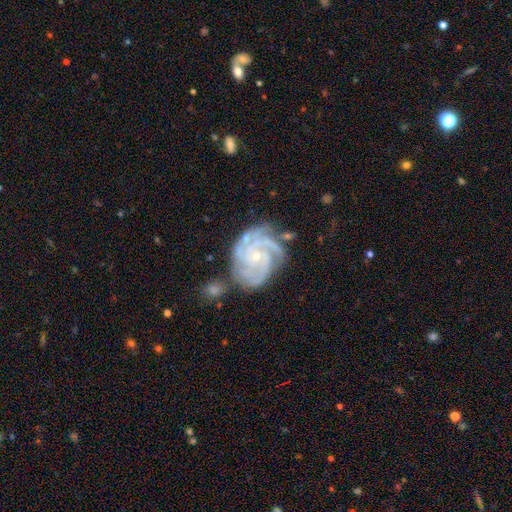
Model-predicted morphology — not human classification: Smooth or featured?
  - featured or disk: 92% *
  - star or artifact: 5%
  - smooth: 4%
Edge-on disk?
  - no: 98% *
  - yes: 2%
Bar?
  - no: 74% *
  - weak: 20%
  - strong: 6%
Spiral arms?
  - yes: 99% *
  - no: 1%
Spiral winding?
  - tight: 73% *
  - medium: 24%
  - loose: 3%
Spiral arm count?
  - 4: 39% *
  - 3: 35%
  - can't tell: 8%
  - 2: 7%
  - more than 4: 6%
  - 1: 5%
Bulge size?
  - small: 78% *
  - moderate: 19%
  - none: 1%
  - large: 1%
  - dominant: 1%
Merging?
  - none: 65% *
  - minor disturbance: 22%
  - major disturbance: 8%
  - merger: 5%